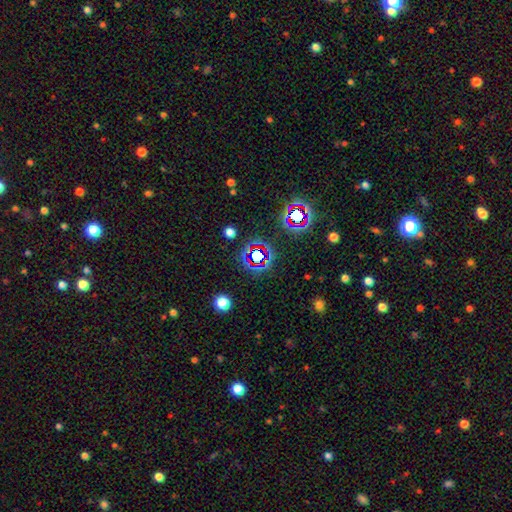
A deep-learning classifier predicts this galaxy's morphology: The model was most divided on "smooth or featured": star or artifact: 66%, smooth: 22%, featured or disk: 12%.